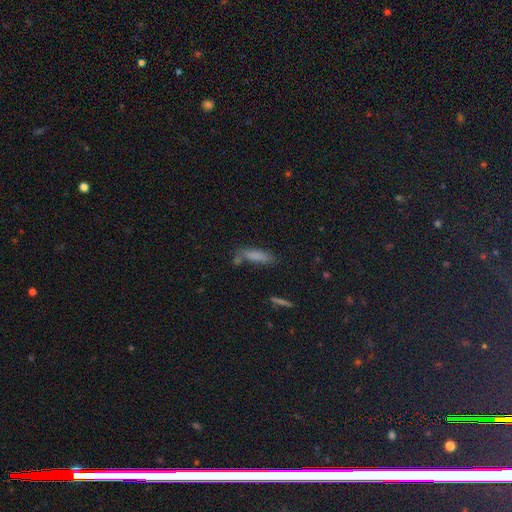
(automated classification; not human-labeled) smooth_or_featured: smooth (p=0.78) [alt: star or artifact p=0.11]
how_rounded: cigar-shaped (p=0.59) [alt: in between p=0.39]
merging: none (p=0.61) [alt: minor disturbance p=0.19]